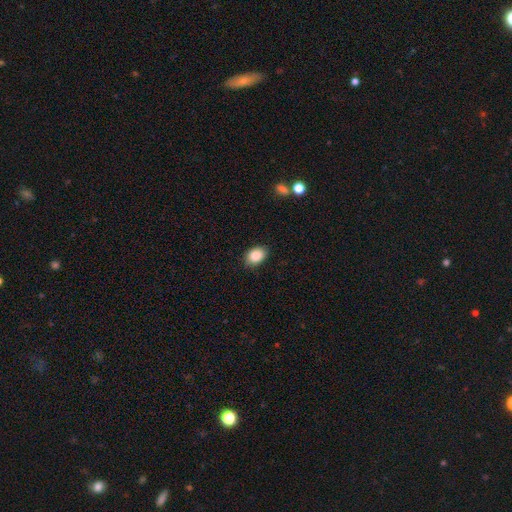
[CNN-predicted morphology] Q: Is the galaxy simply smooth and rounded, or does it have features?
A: smooth — 87%.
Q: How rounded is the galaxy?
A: in between — 78%.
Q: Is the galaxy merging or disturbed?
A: none — 82%.